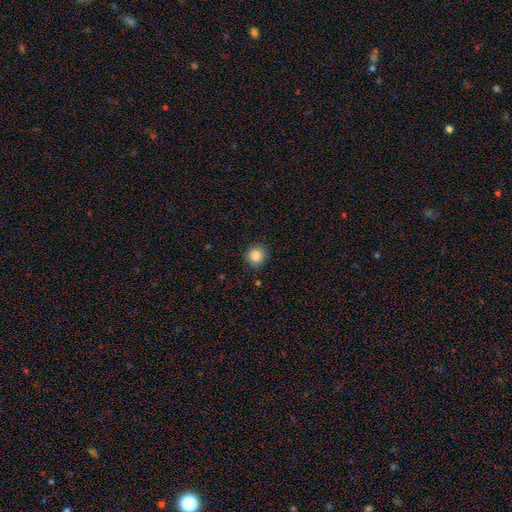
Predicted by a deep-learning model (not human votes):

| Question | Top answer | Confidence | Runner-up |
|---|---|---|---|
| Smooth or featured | smooth | 85% | star or artifact (10%) |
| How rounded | round | 90% | in between (9%) |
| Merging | none | 89% | minor disturbance (8%) |